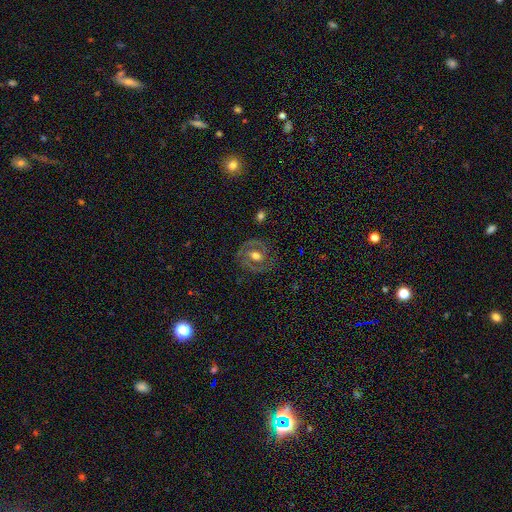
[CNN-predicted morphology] Smooth or featured?
  - featured or disk: 72% *
  - smooth: 21%
  - star or artifact: 7%
Edge-on disk?
  - no: 96% *
  - yes: 4%
Bar?
  - no: 42% *
  - weak: 40%
  - strong: 18%
Spiral arms?
  - yes: 75% *
  - no: 25%
Spiral winding?
  - tight: 44% * (tied)
  - medium: 44% * (tied)
  - loose: 12%
Spiral arm count?
  - 2: 82% *
  - can't tell: 9%
  - 1: 5%
  - 3: 2%
  - 4: 1%
  - more than 4: 1%
Bulge size?
  - moderate: 68% *
  - large: 20%
  - small: 10%
  - dominant: 1%
  - none: 1%
Merging?
  - none: 78% *
  - minor disturbance: 14%
  - major disturbance: 6%
  - merger: 1%